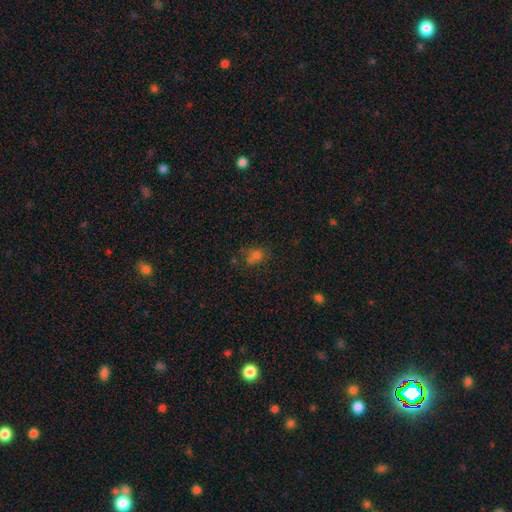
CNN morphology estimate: Smooth or featured? smooth (64%)
How rounded? round (55%)
Merging? none (53%)